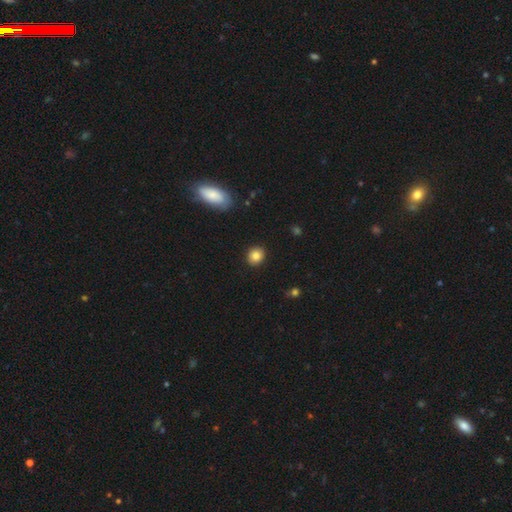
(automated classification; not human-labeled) smooth_or_featured: smooth (p=0.84) [alt: star or artifact p=0.09]
how_rounded: round (p=0.75) [alt: in between p=0.24]
merging: none (p=0.90) [alt: minor disturbance p=0.07]